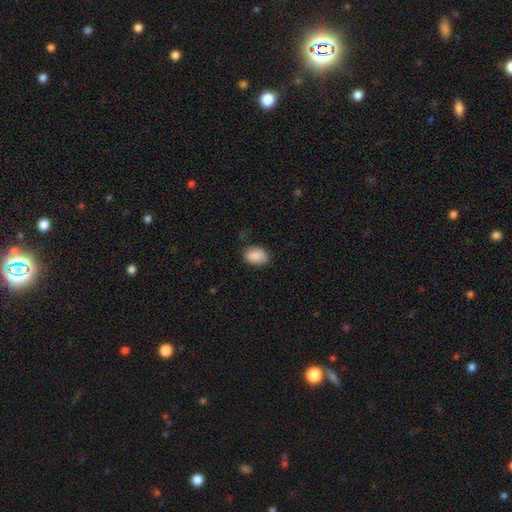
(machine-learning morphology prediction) smooth 87%, star or artifact 8%, featured or disk 5%. Down the decision tree: how rounded — in between (84%); merging — none (73%).